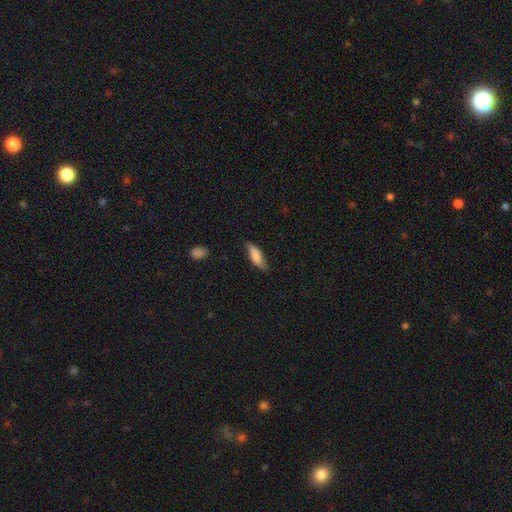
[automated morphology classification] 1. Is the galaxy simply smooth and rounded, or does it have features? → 79% smooth, 15% featured or disk, 6% star or artifact.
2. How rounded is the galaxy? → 57% in between, 41% cigar-shaped, 2% round.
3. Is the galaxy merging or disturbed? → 72% none, 22% minor disturbance, 4% major disturbance, 2% merger.